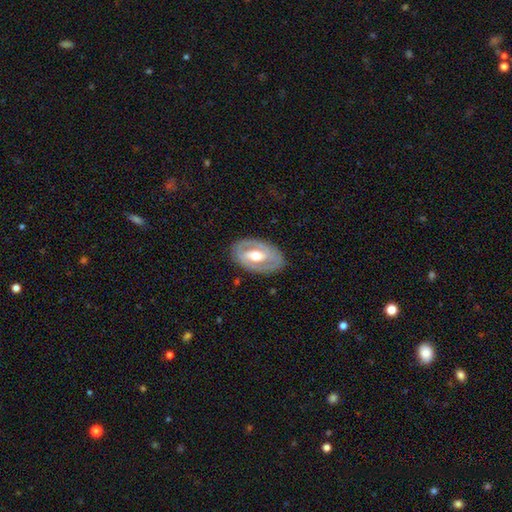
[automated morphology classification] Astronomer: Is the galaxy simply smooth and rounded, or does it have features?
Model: featured or disk — 69%.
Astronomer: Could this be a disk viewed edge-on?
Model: no — 92%.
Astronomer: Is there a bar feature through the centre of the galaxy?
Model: weak — 37% (runner-up: strong, 32%).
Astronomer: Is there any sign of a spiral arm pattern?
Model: no — 54% (runner-up: yes, 46%).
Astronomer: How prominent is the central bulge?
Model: moderate — 72%.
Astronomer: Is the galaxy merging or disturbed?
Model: none — 82%.